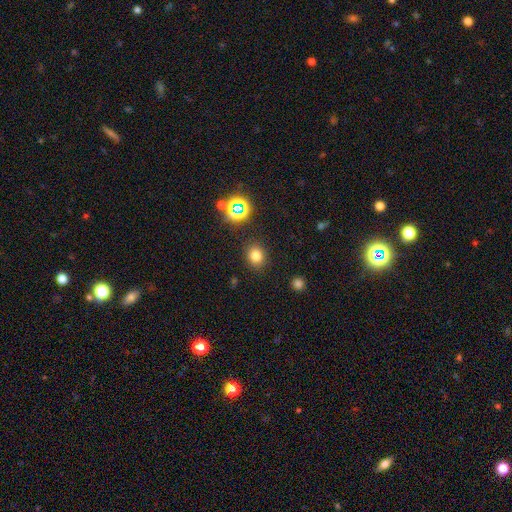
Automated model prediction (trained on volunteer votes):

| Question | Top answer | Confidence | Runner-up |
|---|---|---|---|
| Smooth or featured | smooth | 76% | star or artifact (18%) |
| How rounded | round | 75% | in between (24%) |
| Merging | none | 88% | minor disturbance (8%) |